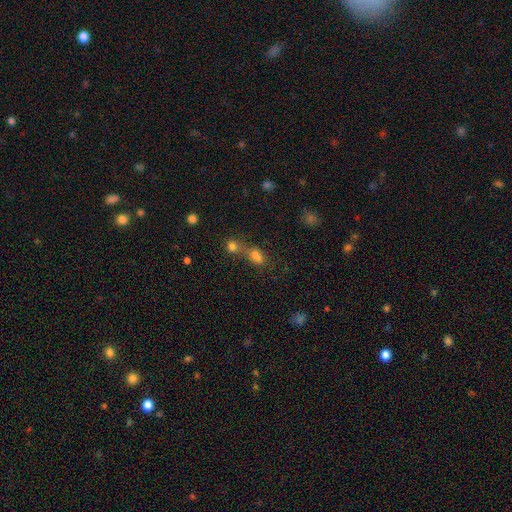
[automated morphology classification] Smooth or featured: smooth — 67% (star or artifact — 22%)
How rounded: in between — 51% (round — 44%)
Merging: merger — 56% (none — 31%)